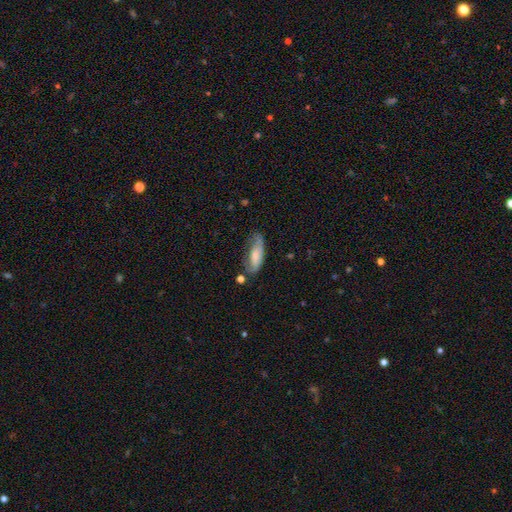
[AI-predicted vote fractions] This is likely a smooth galaxy (68%). How rounded: likely in between (71%). Merging: marginally none (42%).